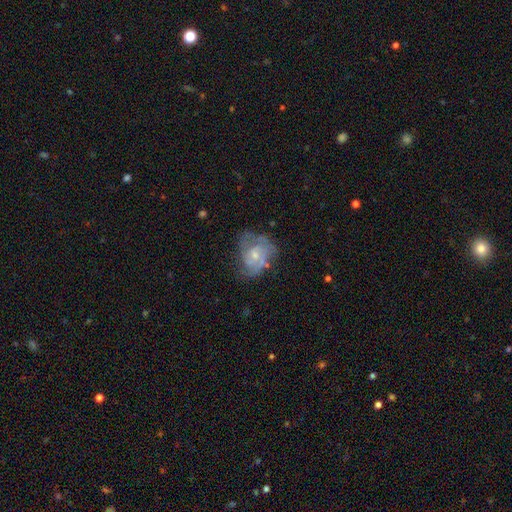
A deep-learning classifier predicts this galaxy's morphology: Smooth or featured: featured or disk — 72% (smooth — 20%)
Edge-on disk: no — 98% (yes — 2%)
Bar: no — 74% (weak — 23%)
Spiral arms: yes — 79% (no — 21%)
Spiral winding: tight — 42% (medium — 41%)
Spiral arm count: can't tell — 35% (2 — 31%)
Bulge size: small — 56% (moderate — 37%)
Merging: none — 50% (minor disturbance — 25%)